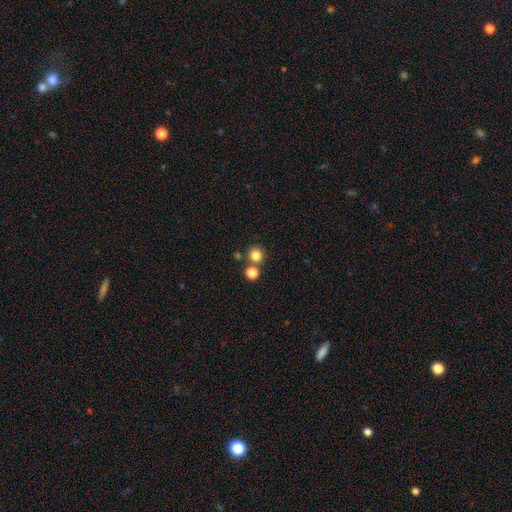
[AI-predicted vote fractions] This is clearly a smooth galaxy (81%). How rounded: clearly round (93%). Merging: likely none (73%).